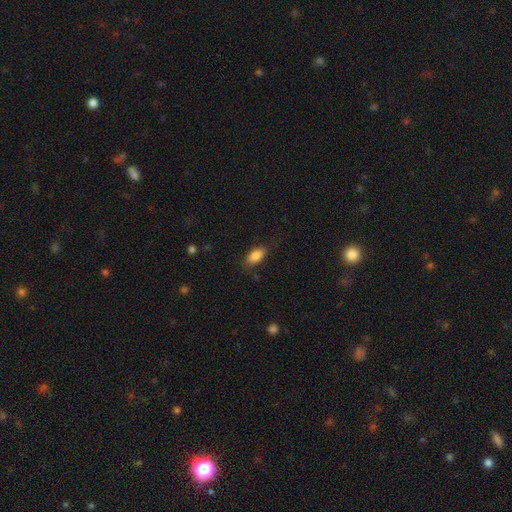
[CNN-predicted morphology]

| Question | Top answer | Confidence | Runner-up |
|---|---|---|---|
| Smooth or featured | smooth | 85% | star or artifact (8%) |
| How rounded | in between | 90% | cigar-shaped (6%) |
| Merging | none | 78% | minor disturbance (16%) |